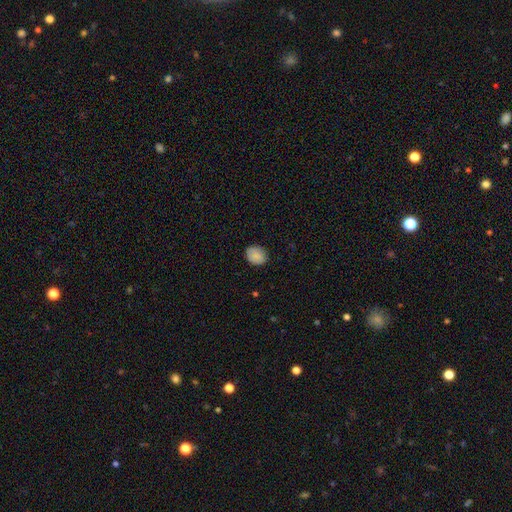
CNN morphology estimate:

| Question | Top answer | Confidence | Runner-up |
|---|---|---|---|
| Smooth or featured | smooth | 85% | star or artifact (8%) |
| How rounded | round | 58% | in between (41%) |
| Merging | none | 83% | minor disturbance (14%) |